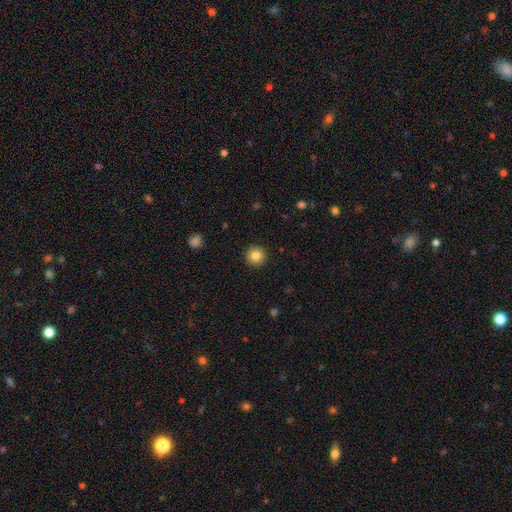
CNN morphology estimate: Smooth or featured: smooth — 83% (star or artifact — 10%)
How rounded: round — 96% (in between — 3%)
Merging: none — 93% (minor disturbance — 5%)